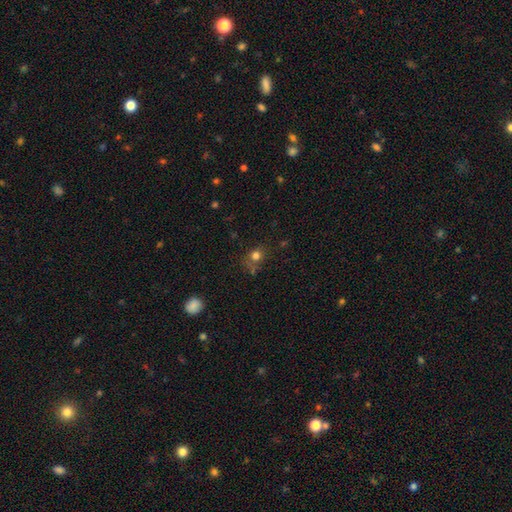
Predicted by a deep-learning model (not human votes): Smooth or featured? smooth (73%)
How rounded? round (79%)
Merging? none (64%)